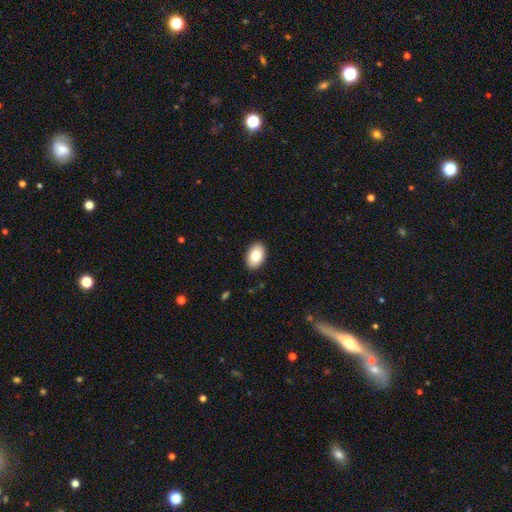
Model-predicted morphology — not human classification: This appears to be a smooth galaxy with no disk features (80%) that is in between round and cigar-shaped (88%). Merging: none (90%).